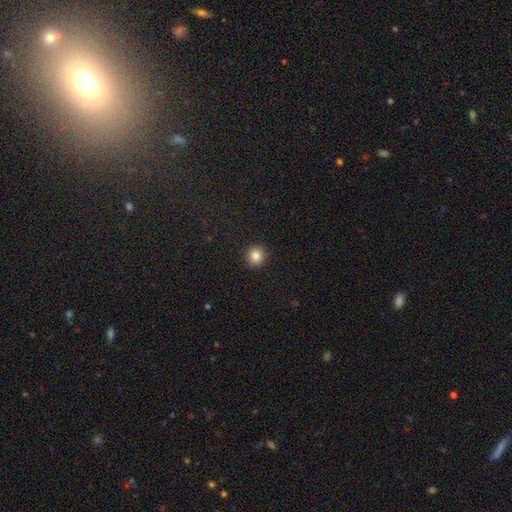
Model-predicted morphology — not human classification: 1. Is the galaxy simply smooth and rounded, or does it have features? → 85% smooth, 11% star or artifact, 5% featured or disk.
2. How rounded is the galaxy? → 93% round, 6% in between, 1% cigar-shaped.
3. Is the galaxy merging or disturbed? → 92% none, 5% minor disturbance, 2% major disturbance, 1% merger.